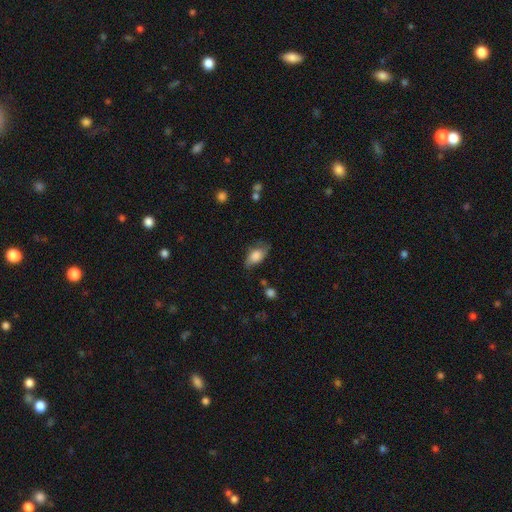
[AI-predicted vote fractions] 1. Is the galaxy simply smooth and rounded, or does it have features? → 69% smooth, 23% featured or disk, 8% star or artifact.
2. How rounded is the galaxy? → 88% in between, 7% round, 4% cigar-shaped.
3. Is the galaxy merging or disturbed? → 62% none, 27% minor disturbance, 9% major disturbance, 2% merger.